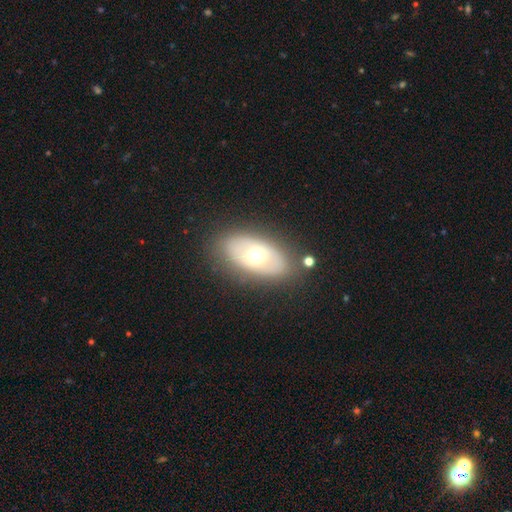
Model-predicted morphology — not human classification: A featured or disk galaxy (47%). Merging: none (83%).